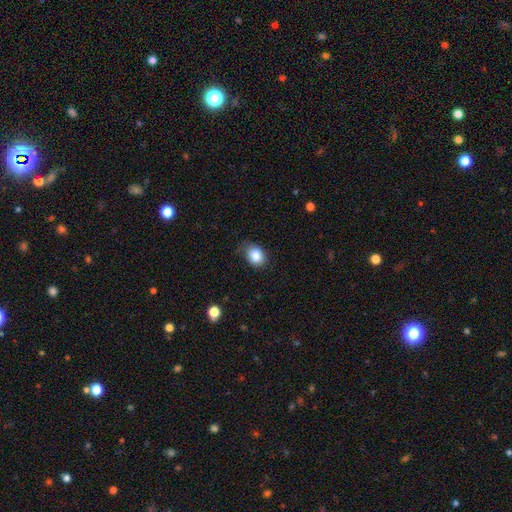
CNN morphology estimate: Smooth or featured?
  - smooth: 84% *
  - star or artifact: 9%
  - featured or disk: 6%
How rounded?
  - in between: 53% *
  - round: 46%
  - cigar-shaped: 1%
Merging?
  - none: 69% *
  - minor disturbance: 25%
  - major disturbance: 5%
  - merger: 1%